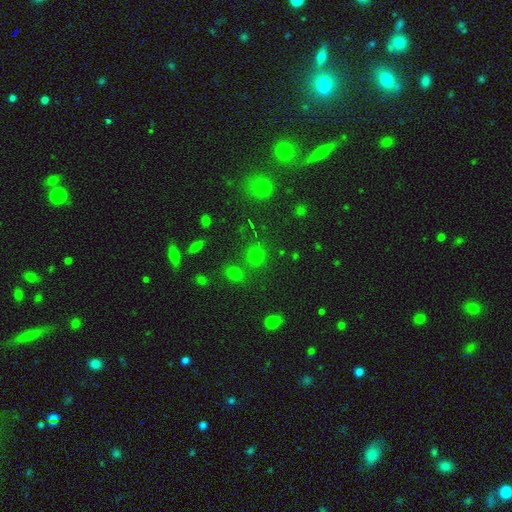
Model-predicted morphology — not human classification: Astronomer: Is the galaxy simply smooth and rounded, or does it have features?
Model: smooth — 71%.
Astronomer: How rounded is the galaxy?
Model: round — 90%.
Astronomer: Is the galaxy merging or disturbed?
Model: none — 79%.